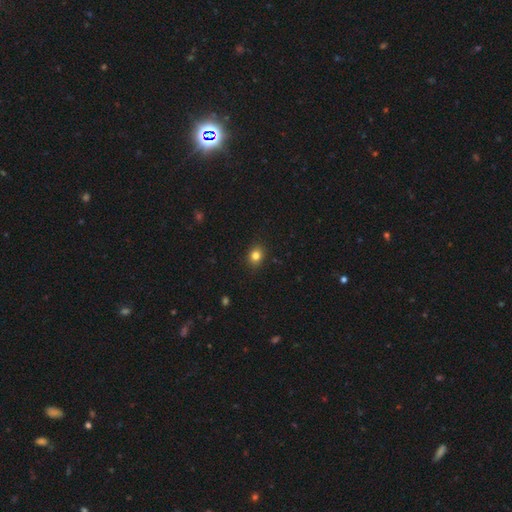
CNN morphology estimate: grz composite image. It shows a smooth galaxy with no disk features (82%) that is round (60%). Merging: none (89%).